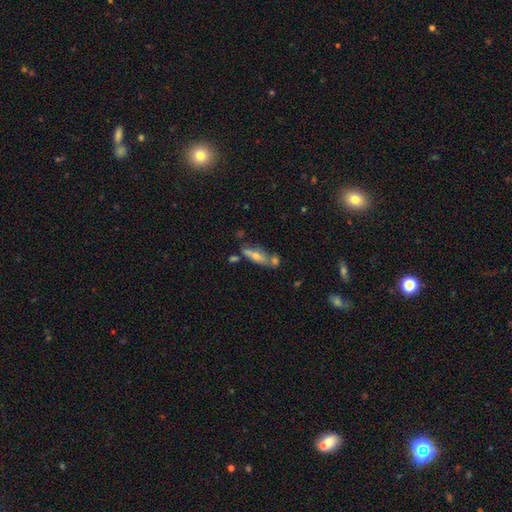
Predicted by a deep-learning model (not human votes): Smooth or featured?
  - featured or disk: 47% *
  - smooth: 41%
  - star or artifact: 12%
Merging?
  - none: 54% *
  - merger: 22%
  - minor disturbance: 17%
  - major disturbance: 7%